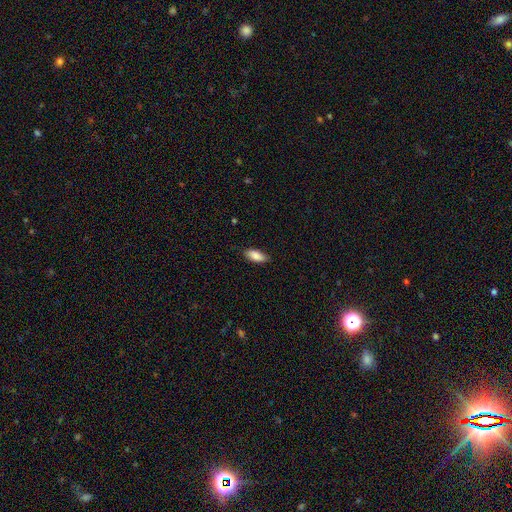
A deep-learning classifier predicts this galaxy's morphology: A smooth galaxy with no disk features (88%) that is in between round and cigar-shaped (87%).

Vote fractions:
- Smooth or featured? smooth: 88% / star or artifact: 6% / featured or disk: 6%
- How rounded? in between: 87% / cigar-shaped: 11% / round: 2%
- Merging? none: 83% / minor disturbance: 14% / major disturbance: 2% / merger: 1%